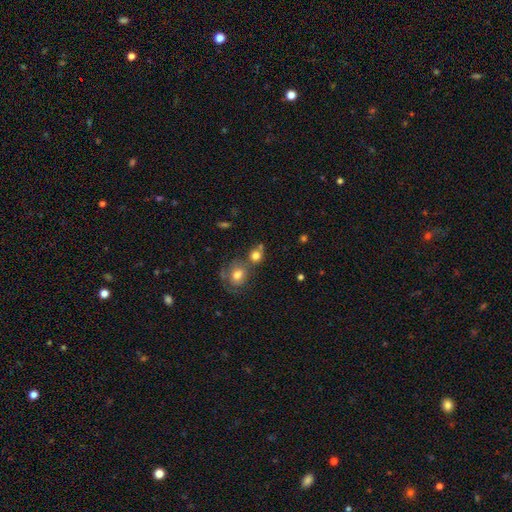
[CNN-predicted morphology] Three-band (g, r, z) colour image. It shows a smooth galaxy with no disk features (77%) that is round (78%). Merging: none (48%).